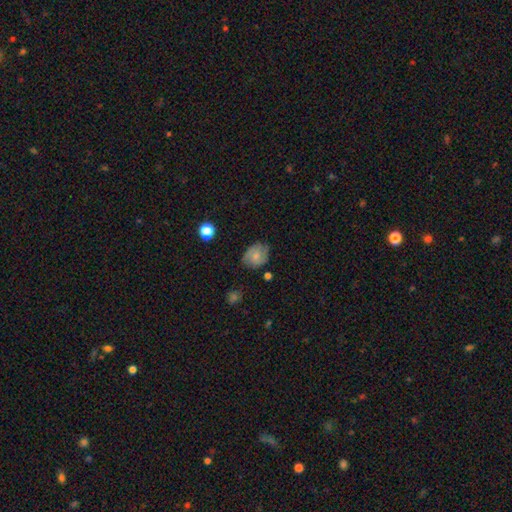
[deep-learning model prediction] This is likely a smooth galaxy (61%). How rounded: possibly round (52%). Merging: likely none (65%).